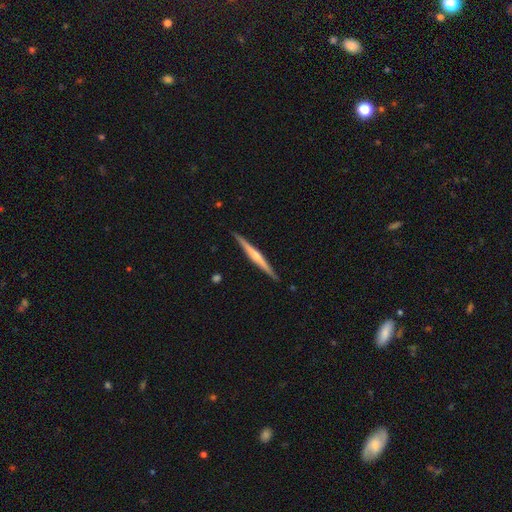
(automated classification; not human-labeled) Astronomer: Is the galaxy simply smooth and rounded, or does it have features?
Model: featured or disk — 71%.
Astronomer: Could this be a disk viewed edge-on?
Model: yes — 98%.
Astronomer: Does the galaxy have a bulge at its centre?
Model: rounded — 69%.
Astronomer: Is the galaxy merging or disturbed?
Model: none — 92%.